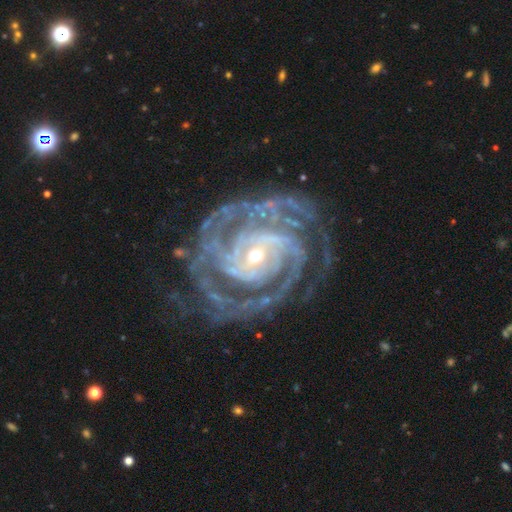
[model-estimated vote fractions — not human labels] Smooth or featured?
  - featured or disk: 92% *
  - star or artifact: 5%
  - smooth: 3%
Edge-on disk?
  - no: 97% *
  - yes: 3%
Bar?
  - no: 50% *
  - weak: 31%
  - strong: 19%
Spiral arms?
  - yes: 98% *
  - no: 2%
Spiral winding?
  - tight: 75% *
  - medium: 22%
  - loose: 3%
Spiral arm count?
  - 3: 21% *
  - 2: 19%
  - 4: 19%
  - can't tell: 19%
  - more than 4: 13%
  - 1: 8%
Bulge size?
  - small: 55% *
  - moderate: 41%
  - large: 2%
  - none: 1%
  - dominant: 1%
Merging?
  - none: 72% *
  - minor disturbance: 17%
  - major disturbance: 10%
  - merger: 2%